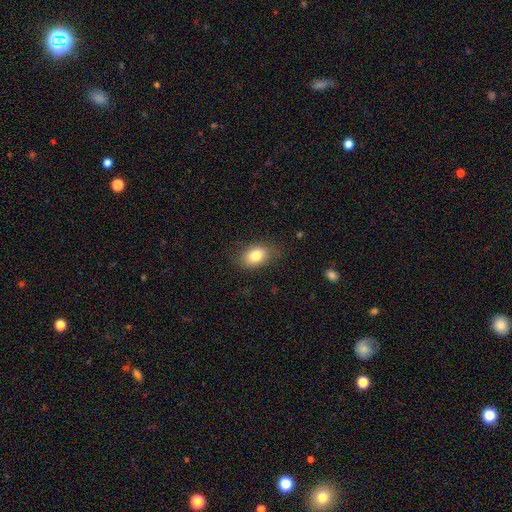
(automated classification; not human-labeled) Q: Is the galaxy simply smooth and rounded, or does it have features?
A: smooth — 80%.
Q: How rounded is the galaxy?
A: in between — 82%.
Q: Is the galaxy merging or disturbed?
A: none — 80%.